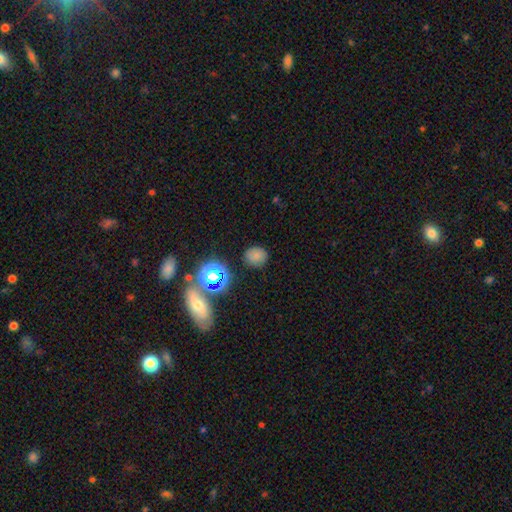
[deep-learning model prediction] Smooth or featured? smooth (72%)
How rounded? round (71%)
Merging? none (83%)